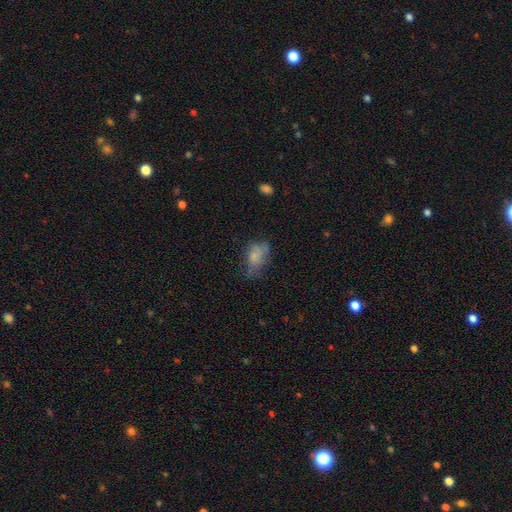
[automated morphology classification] A smooth galaxy with no disk features (69%) that is in between round and cigar-shaped (85%). Merging: none (42%).